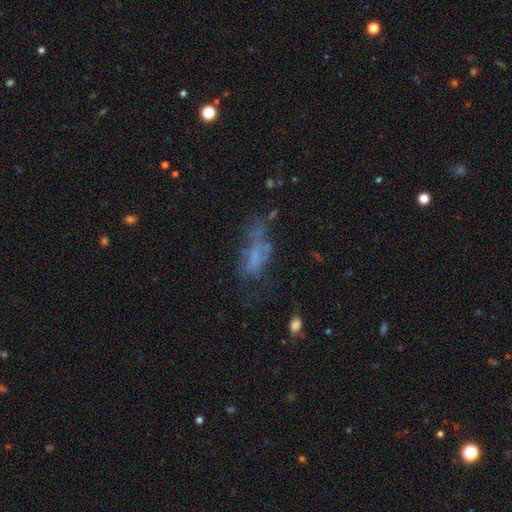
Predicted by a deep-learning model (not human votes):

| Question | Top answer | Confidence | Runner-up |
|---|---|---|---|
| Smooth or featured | smooth | 45% | featured or disk (36%) |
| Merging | major disturbance | 35% | none (32%) |